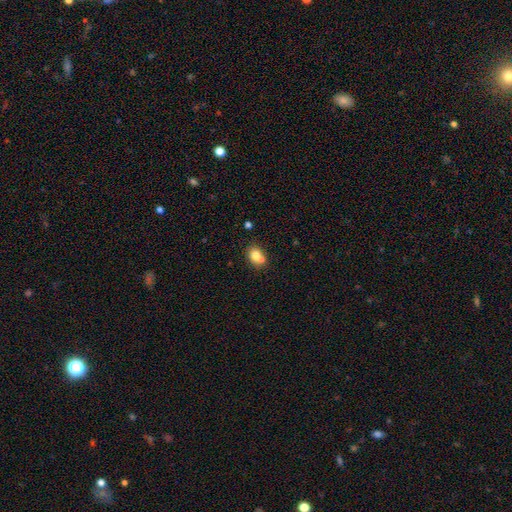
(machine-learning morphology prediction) The model was most divided on "merging" (2-way tie): none: 43%, merger: 43%, minor disturbance: 11%, major disturbance: 4%. More confident: smooth or featured — smooth (76%); how rounded — round (50%).